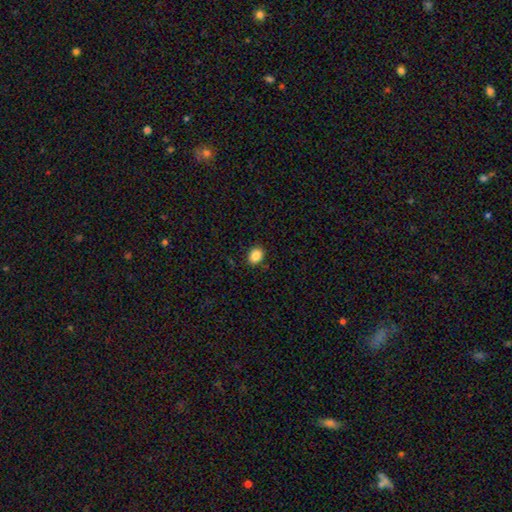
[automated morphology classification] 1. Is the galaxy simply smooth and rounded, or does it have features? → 87% smooth, 9% star or artifact, 4% featured or disk.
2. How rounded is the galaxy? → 56% in between, 44% round, 1% cigar-shaped.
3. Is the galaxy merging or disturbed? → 87% none, 10% minor disturbance, 2% major disturbance, 1% merger.